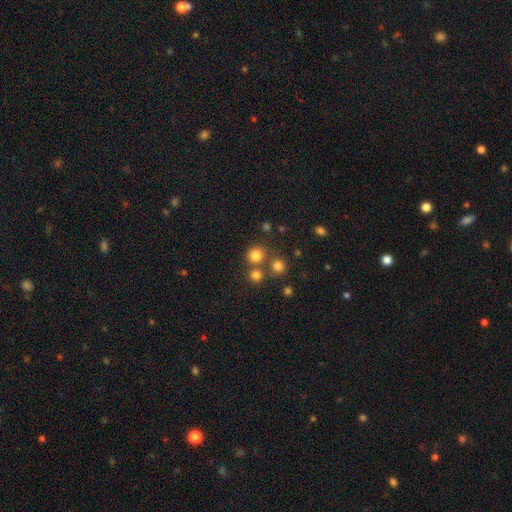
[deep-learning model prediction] smooth-or-featured: smooth: 78% | star or artifact: 16% | featured or disk: 6%
  how-rounded: round: 90% | in between: 9% | cigar-shaped: 1%
  merging: none: 72% | merger: 18% | minor disturbance: 7% | major disturbance: 3%